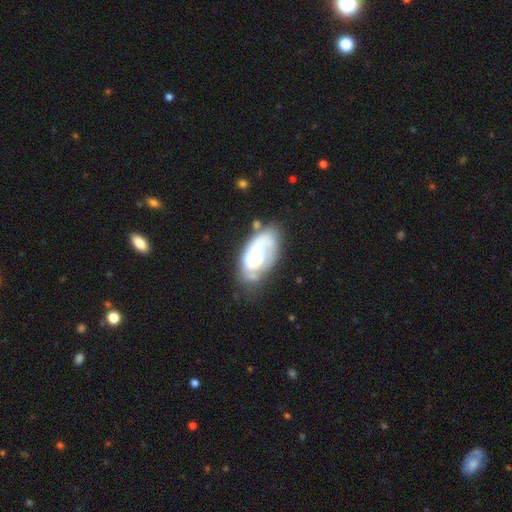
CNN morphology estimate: Smooth or featured? Predicted: featured or disk (p=0.59). Edge-on disk? Predicted: no (p=0.94). Bar? Predicted: no (p=0.74). Spiral arms? Predicted: yes (p=0.61). Bulge size? Predicted: moderate (p=0.39). Merging? Predicted: none (p=0.44).